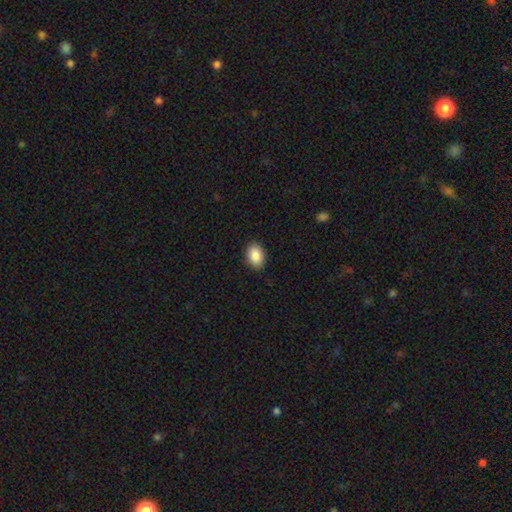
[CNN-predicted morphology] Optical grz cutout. It shows a smooth galaxy with no disk features (89%) that is in between round and cigar-shaped (83%). Merging: none (89%).